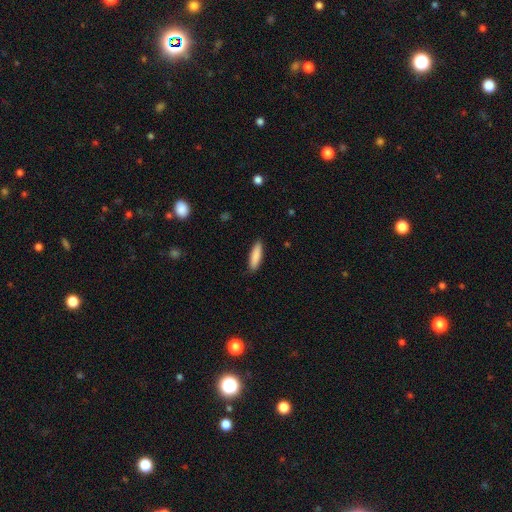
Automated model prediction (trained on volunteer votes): smooth 87%, featured or disk 7%, star or artifact 6%. Down the decision tree: how rounded — cigar-shaped (68%); merging — none (90%).